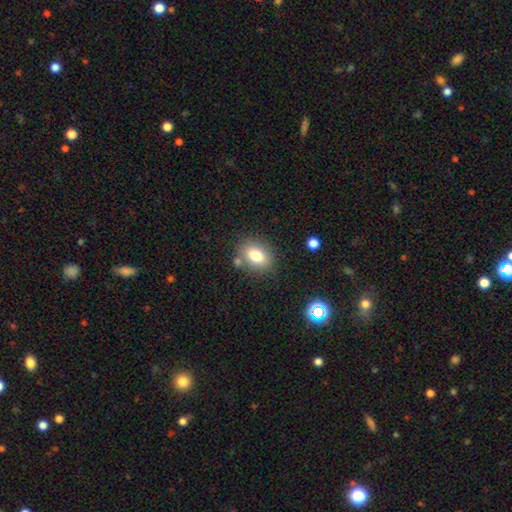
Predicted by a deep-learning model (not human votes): Smooth or featured? Predicted: smooth (p=0.78). How rounded? Predicted: in between (p=0.65). Merging? Predicted: none (p=0.76).